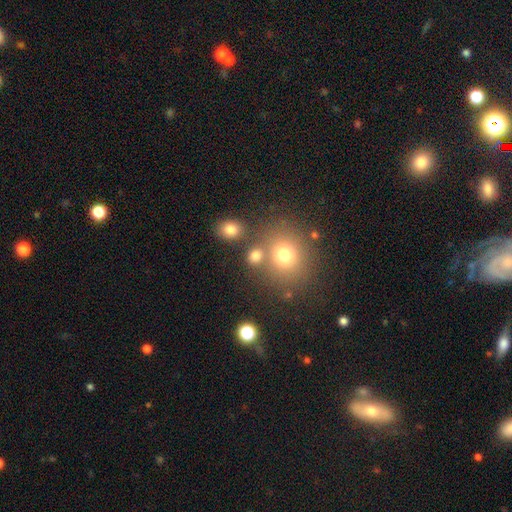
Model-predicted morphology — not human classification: This appears to be a smooth galaxy with no disk features (75%) that is round (72%). Merging: none (65%).